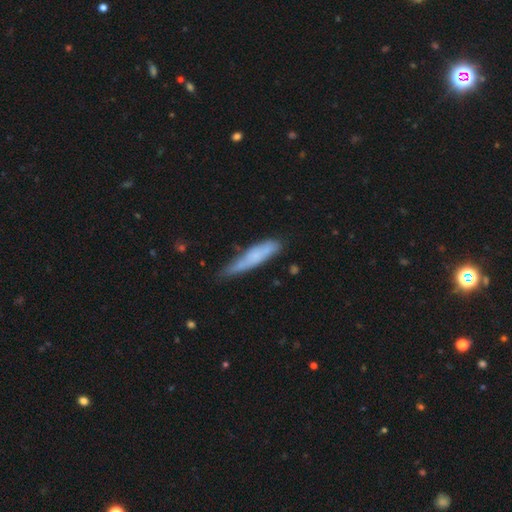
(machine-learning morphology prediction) type=smooth (66%); roundness=cigar-shaped (82%); merging=none (50%).